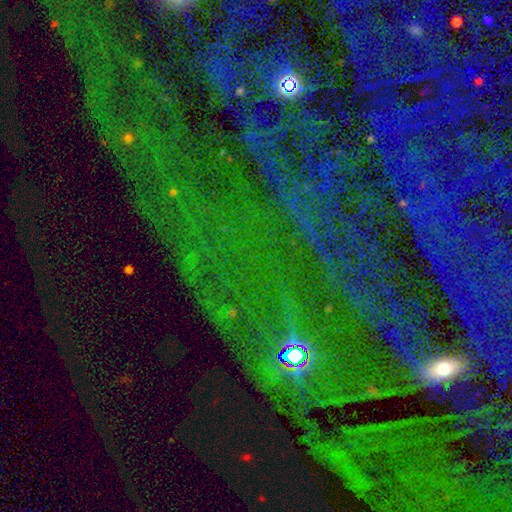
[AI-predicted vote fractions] star or artifact 81%, featured or disk 11%, smooth 9%.